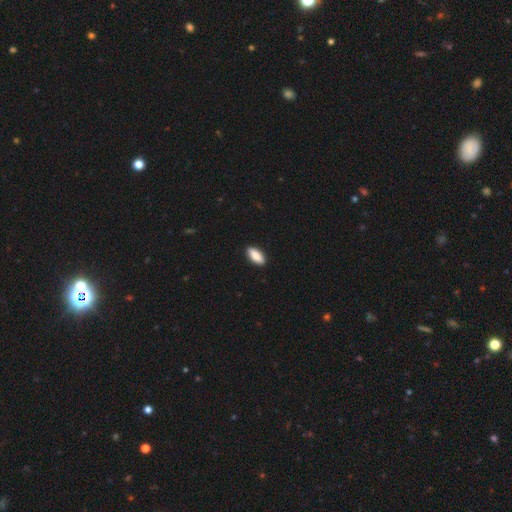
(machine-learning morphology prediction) This appears to be a smooth galaxy with no disk features (86%) that is in between round and cigar-shaped (82%). Merging: none (91%).